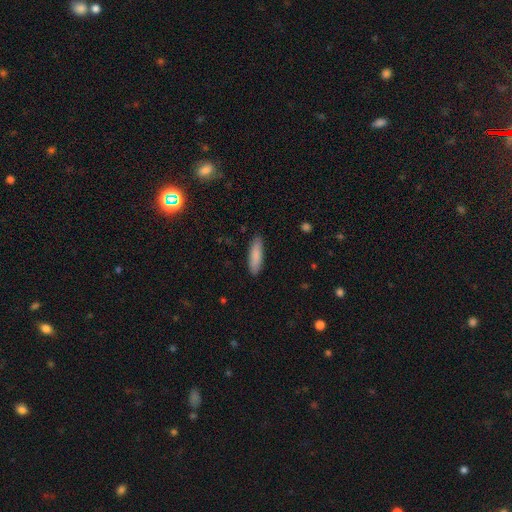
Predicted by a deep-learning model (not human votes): Q: Smooth or featured?
A: smooth (86%); runner-up: featured or disk (8%)
Q: How rounded?
A: cigar-shaped (61%); runner-up: in between (37%)
Q: Merging?
A: none (88%); runner-up: minor disturbance (9%)